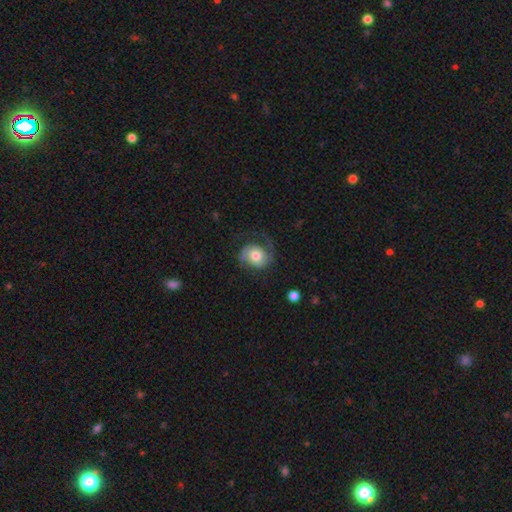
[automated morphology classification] type=featured or disk (54%); edge-on=no (97%); bar=no (75%); spiral arms=yes (86%); bulge=moderate (68%); merging=none (54%).